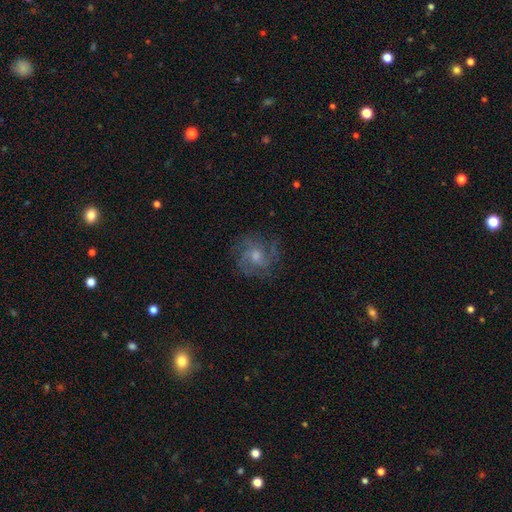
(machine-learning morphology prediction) Overall: featured or disk (70%). Edge-on disk: no (97%). Bar: no (67%; weak 29%). Spiral arms: yes (91%). Spiral arm count: can't tell (28%; 3 27%). Spiral winding: medium (44%; tight 43%). Bulge size: moderate (54%; small 35%). Merging: none (77%).